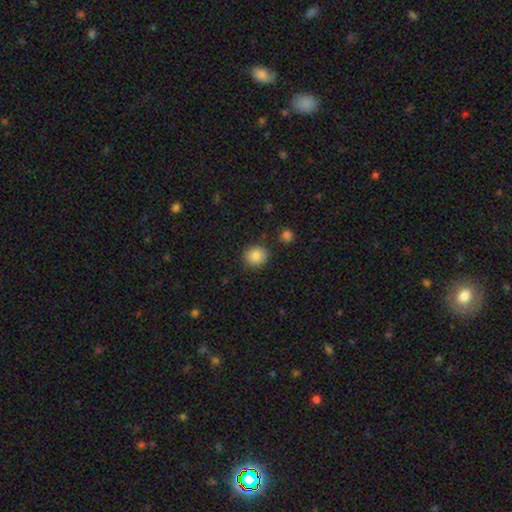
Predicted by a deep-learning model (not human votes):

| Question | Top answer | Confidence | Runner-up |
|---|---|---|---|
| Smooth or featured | smooth | 85% | star or artifact (9%) |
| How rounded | round | 86% | in between (13%) |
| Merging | none | 86% | minor disturbance (9%) |